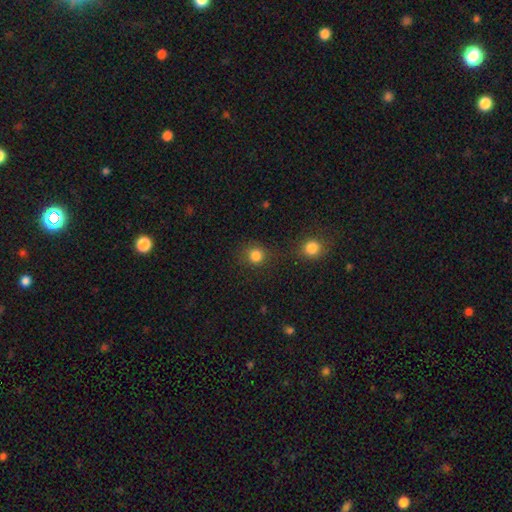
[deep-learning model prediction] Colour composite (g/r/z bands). It shows a smooth galaxy with no disk features (83%) that is round (91%). Merging: none (77%).